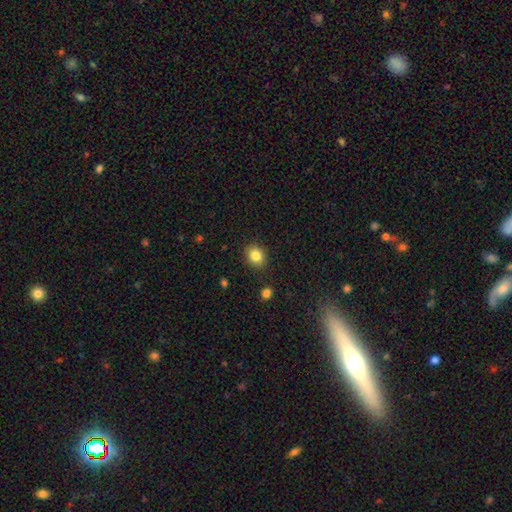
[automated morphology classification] Smooth or featured? Predicted: smooth (p=0.84). How rounded? Predicted: round (p=0.66). Merging? Predicted: none (p=0.89).